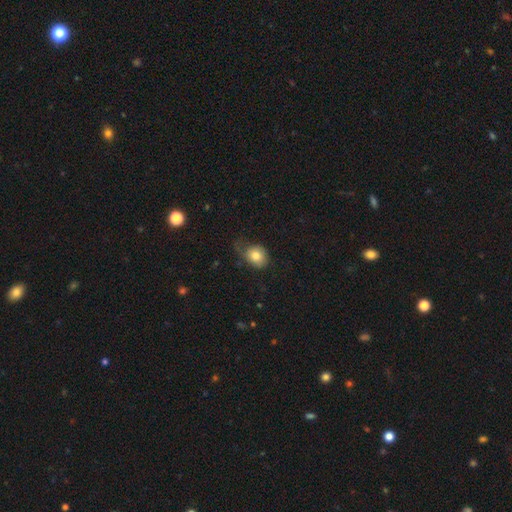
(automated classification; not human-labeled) Overall: smooth (78%). How rounded: round (52%; in between 47%). Merging: none (47%; minor disturbance 33%).